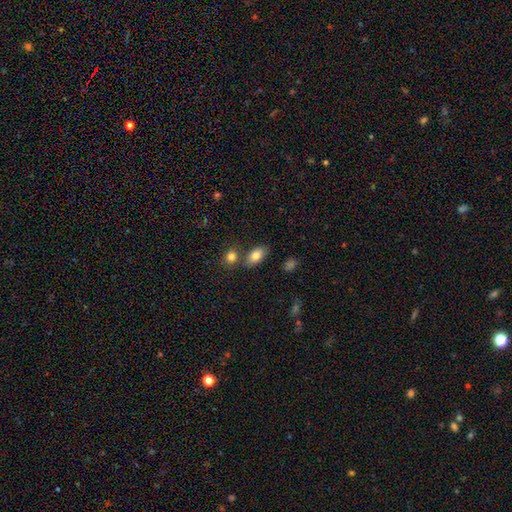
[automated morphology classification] This is clearly a smooth galaxy (81%). How rounded: clearly in between (89%). Merging: likely none (69%).